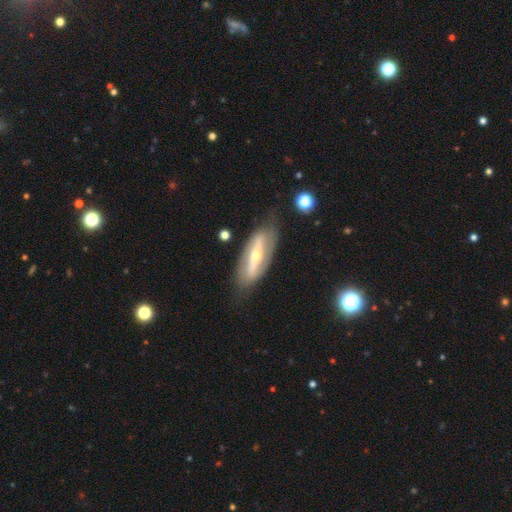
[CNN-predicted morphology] Smooth or featured: featured or disk — 75% (smooth — 20%)
Edge-on disk: no — 80% (yes — 20%)
Bar: strong — 63% (no — 19%)
Spiral arms: yes — 56% (no — 44%)
Bulge size: small — 52% (moderate — 44%)
Merging: none — 74% (minor disturbance — 17%)